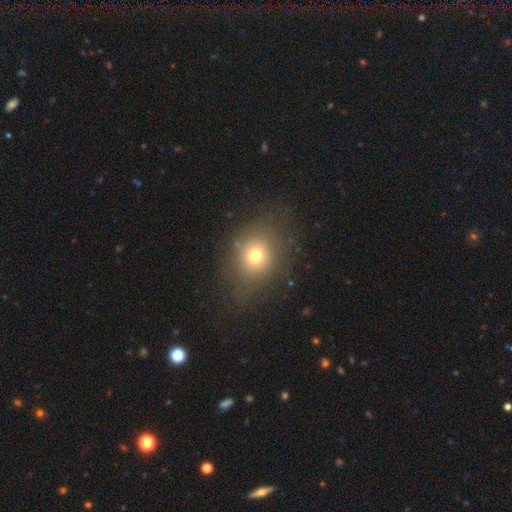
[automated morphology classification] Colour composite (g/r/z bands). It shows a smooth galaxy with no disk features (69%) that is round (54%). Merging: none (76%).